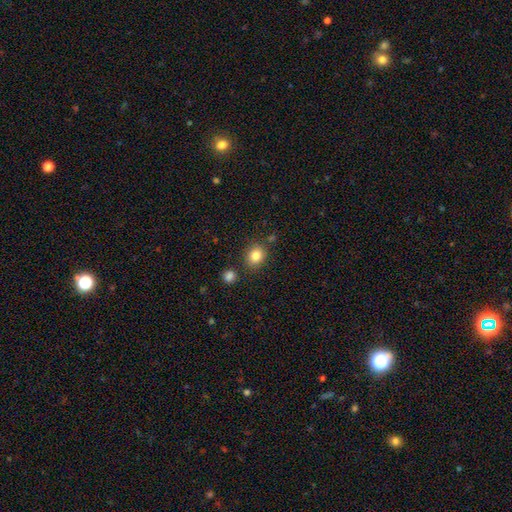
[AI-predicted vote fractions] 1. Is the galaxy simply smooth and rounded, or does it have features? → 83% smooth, 10% star or artifact, 7% featured or disk.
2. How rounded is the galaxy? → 60% round, 39% in between, 1% cigar-shaped.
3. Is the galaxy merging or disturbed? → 80% none, 11% minor disturbance, 6% merger, 3% major disturbance.